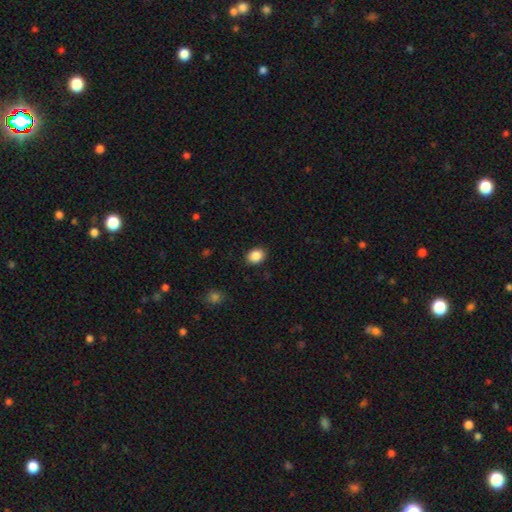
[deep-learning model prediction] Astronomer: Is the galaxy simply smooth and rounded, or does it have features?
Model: smooth — 88%.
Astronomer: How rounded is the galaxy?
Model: in between — 54% (runner-up: round, 45%).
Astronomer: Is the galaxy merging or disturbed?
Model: none — 89%.